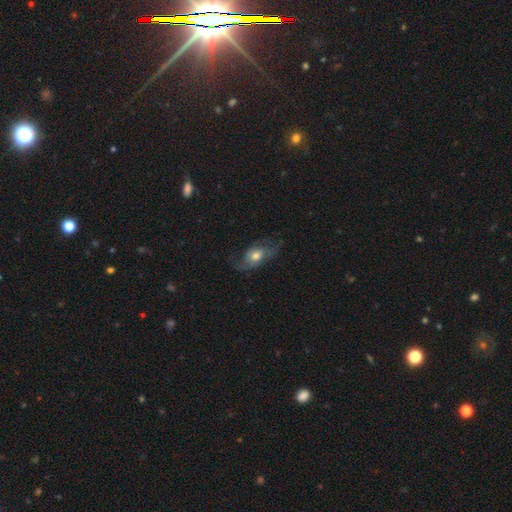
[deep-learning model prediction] Q: Smooth or featured?
A: smooth (47%); runner-up: featured or disk (46%)
Q: Merging?
A: none (49%); runner-up: minor disturbance (27%)